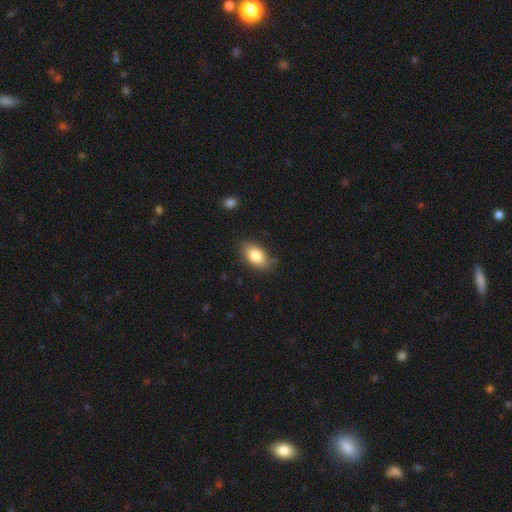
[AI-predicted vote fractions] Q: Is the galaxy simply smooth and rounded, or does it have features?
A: smooth — 83%.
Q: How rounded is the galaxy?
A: in between — 91%.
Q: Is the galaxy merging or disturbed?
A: none — 82%.